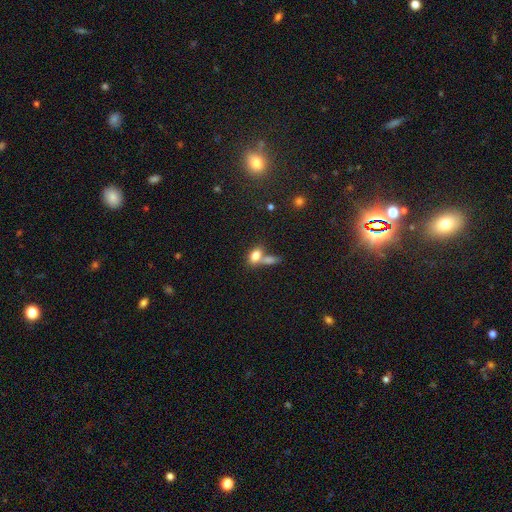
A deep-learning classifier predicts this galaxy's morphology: Overall: smooth (77%). How rounded: in between (83%). Merging: merger (52%; none 33%).